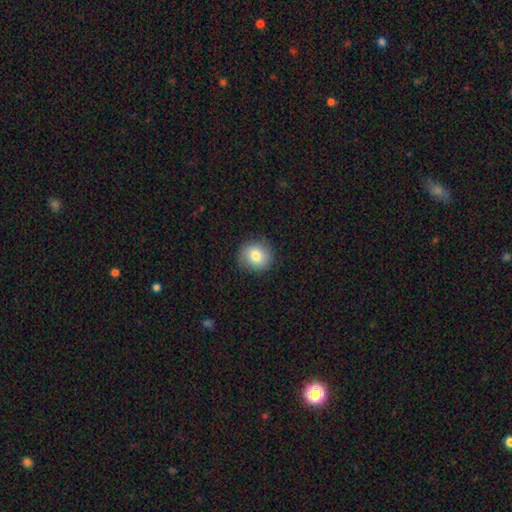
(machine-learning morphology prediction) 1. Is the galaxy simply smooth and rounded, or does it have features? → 79% smooth, 12% featured or disk, 10% star or artifact.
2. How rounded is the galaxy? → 87% round, 12% in between, 1% cigar-shaped.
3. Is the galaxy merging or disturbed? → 87% none, 9% minor disturbance, 3% major disturbance, 1% merger.